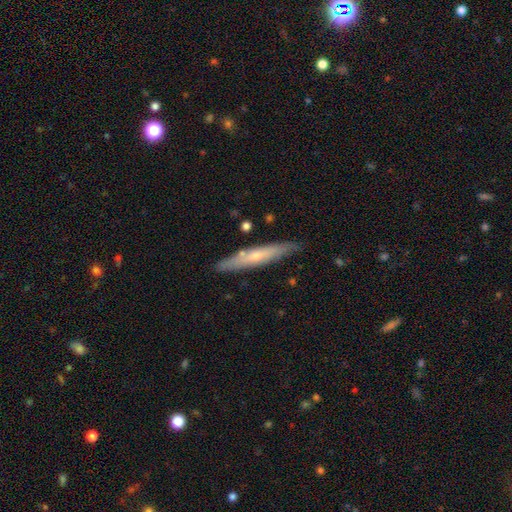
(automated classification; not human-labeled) smooth-or-featured: featured or disk: 47% (tied) | smooth: 47% (tied) | star or artifact: 6%
  merging: none: 84% | minor disturbance: 11% | merger: 3% | major disturbance: 2%